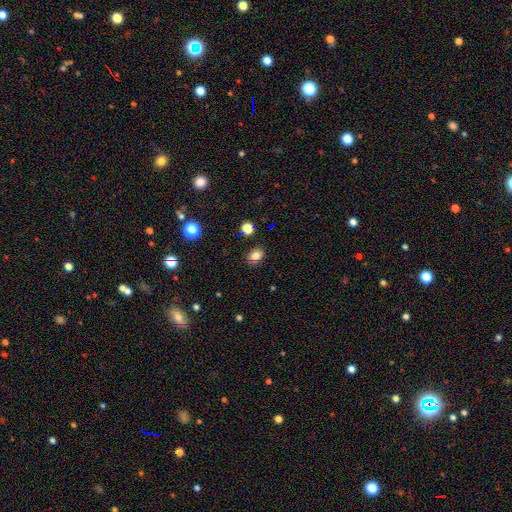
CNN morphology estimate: type=smooth (80%); roundness=in between (60%); merging=none (85%).